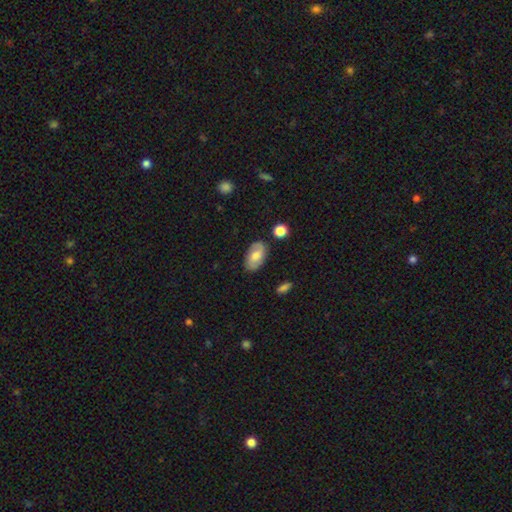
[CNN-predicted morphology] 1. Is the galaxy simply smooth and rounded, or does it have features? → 57% smooth, 36% featured or disk, 7% star or artifact.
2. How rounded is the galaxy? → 92% in between, 6% round, 2% cigar-shaped.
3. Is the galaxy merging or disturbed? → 82% none, 13% minor disturbance, 3% major disturbance, 2% merger.